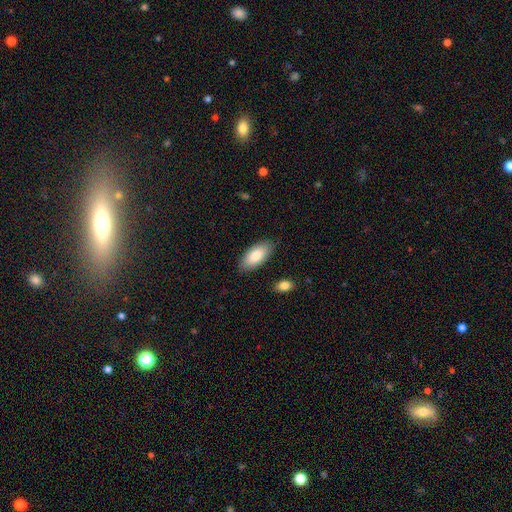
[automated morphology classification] Smooth or featured: smooth — 84% (featured or disk — 11%)
How rounded: in between — 90% (cigar-shaped — 8%)
Merging: none — 86% (minor disturbance — 10%)